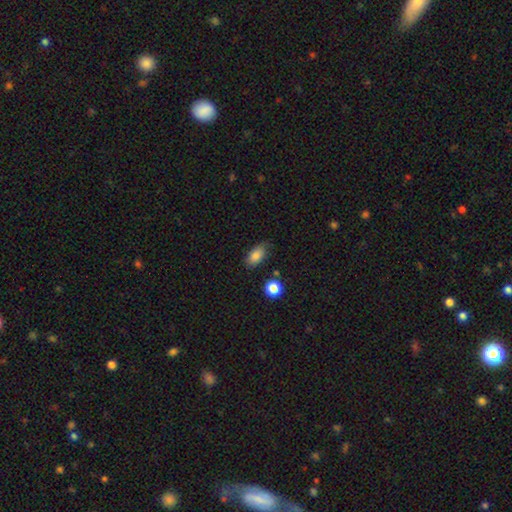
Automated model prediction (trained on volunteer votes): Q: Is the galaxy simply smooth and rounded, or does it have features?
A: smooth — 83%.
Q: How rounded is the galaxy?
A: in between — 89%.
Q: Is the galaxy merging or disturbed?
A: none — 72%.